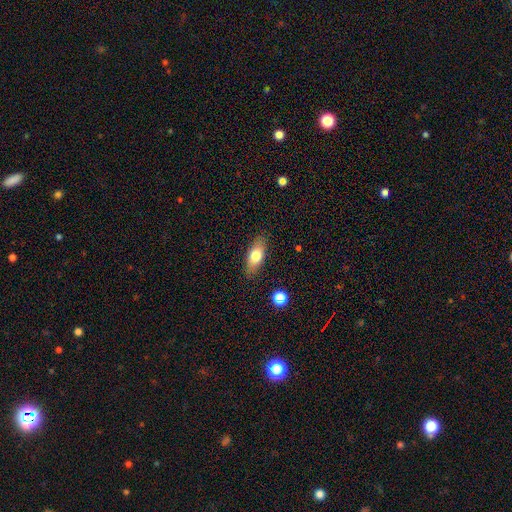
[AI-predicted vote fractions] smooth_or_featured: smooth (p=0.72) [alt: featured or disk p=0.20]
how_rounded: in between (p=0.78) [alt: cigar-shaped p=0.18]
merging: none (p=0.86) [alt: minor disturbance p=0.10]